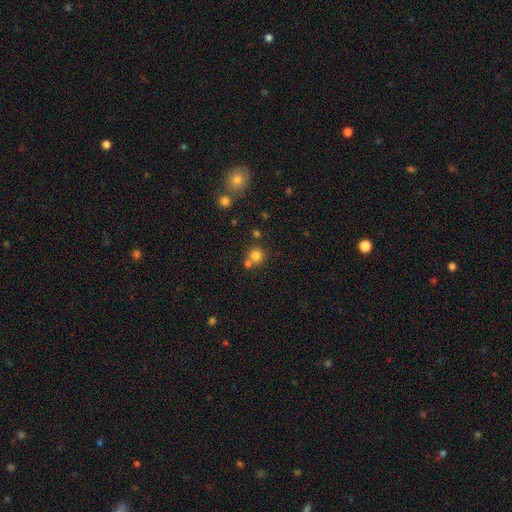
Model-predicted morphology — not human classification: smooth-or-featured: smooth: 79% | star or artifact: 14% | featured or disk: 8%
  how-rounded: round: 89% | in between: 10% | cigar-shaped: 1%
  merging: none: 60% | merger: 29% | minor disturbance: 8% | major disturbance: 3%